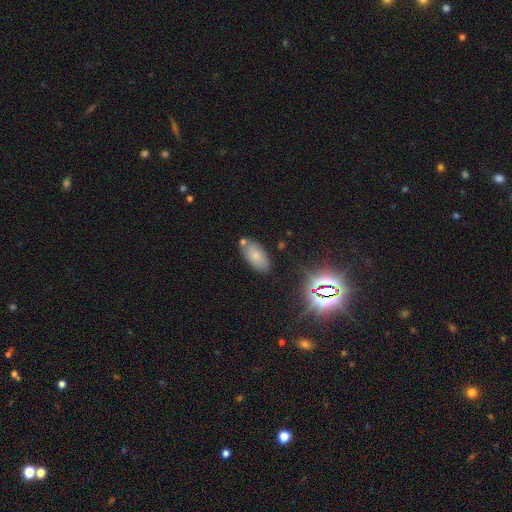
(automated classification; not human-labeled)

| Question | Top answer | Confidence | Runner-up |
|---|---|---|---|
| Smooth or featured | smooth | 73% | star or artifact (14%) |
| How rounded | in between | 93% | cigar-shaped (4%) |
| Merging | none | 74% | minor disturbance (14%) |